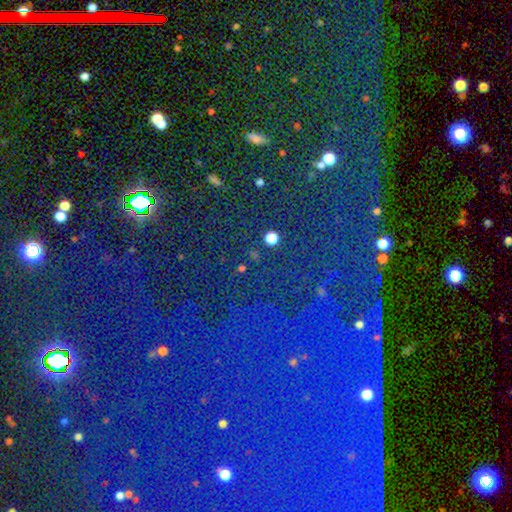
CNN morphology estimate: Smooth or featured?
  - star or artifact: 81% *
  - smooth: 11%
  - featured or disk: 8%